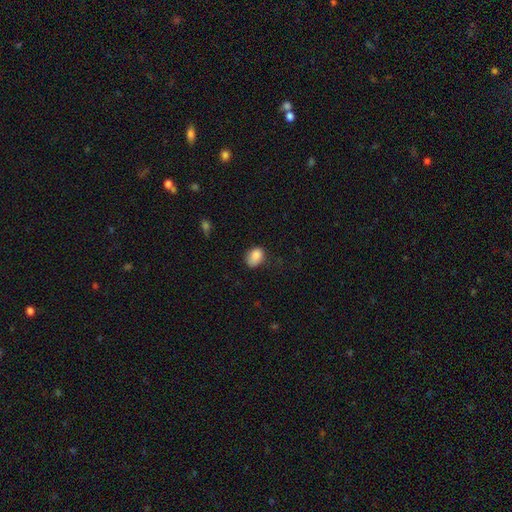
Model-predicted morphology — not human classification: Smooth or featured: smooth — 85% (star or artifact — 9%)
How rounded: in between — 72% (round — 27%)
Merging: none — 61% (minor disturbance — 30%)